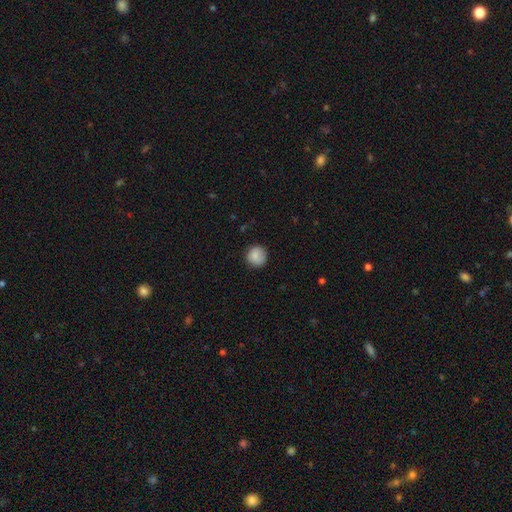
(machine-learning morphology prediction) smooth-or-featured: smooth: 81% | featured or disk: 11% | star or artifact: 8%
  how-rounded: round: 92% | in between: 7% | cigar-shaped: 1%
  merging: none: 81% | minor disturbance: 15% | major disturbance: 3% | merger: 1%